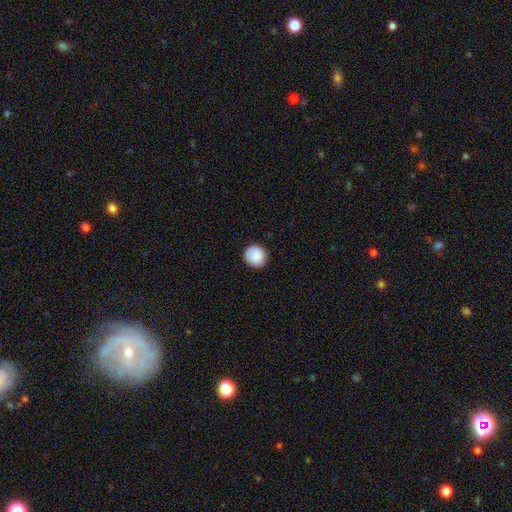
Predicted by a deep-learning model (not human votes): Smooth or featured?
  - smooth: 89% *
  - star or artifact: 8%
  - featured or disk: 4%
How rounded?
  - round: 93% *
  - in between: 6%
  - cigar-shaped: 1%
Merging?
  - none: 90% *
  - minor disturbance: 7%
  - major disturbance: 2%
  - merger: 1%